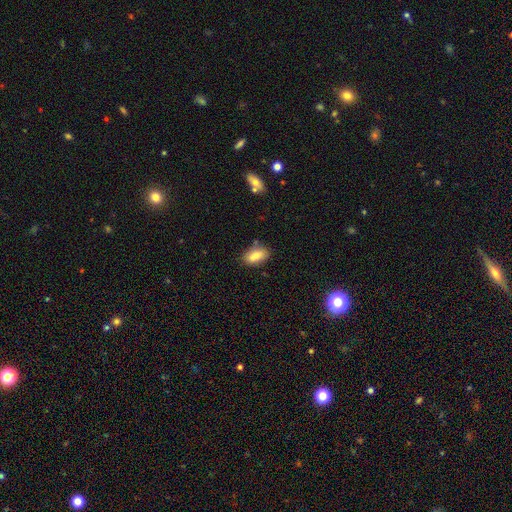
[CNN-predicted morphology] Smooth or featured: smooth — 78% (featured or disk — 13%)
How rounded: in between — 90% (round — 6%)
Merging: none — 78% (minor disturbance — 15%)